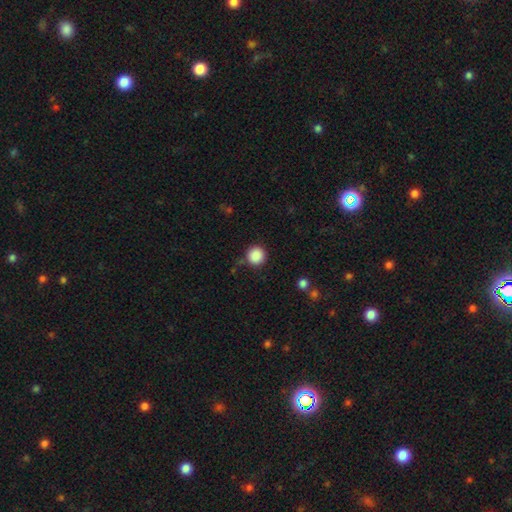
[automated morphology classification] Smooth or featured? smooth (88%)
How rounded? round (94%)
Merging? none (87%)